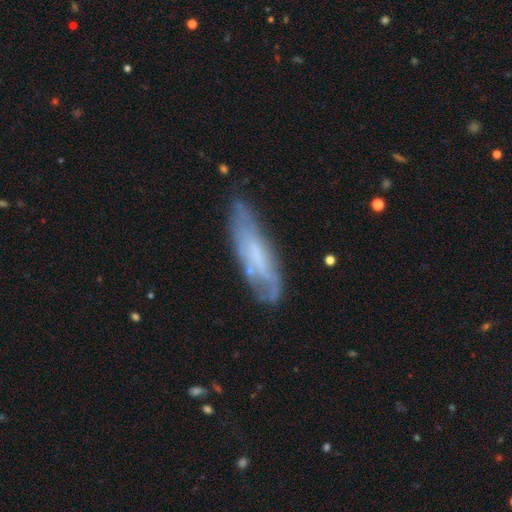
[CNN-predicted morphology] Smooth or featured: featured or disk — 50% (smooth — 42%)
Edge-on disk: no — 62% (yes — 38%)
Merging: none — 61% (minor disturbance — 26%)